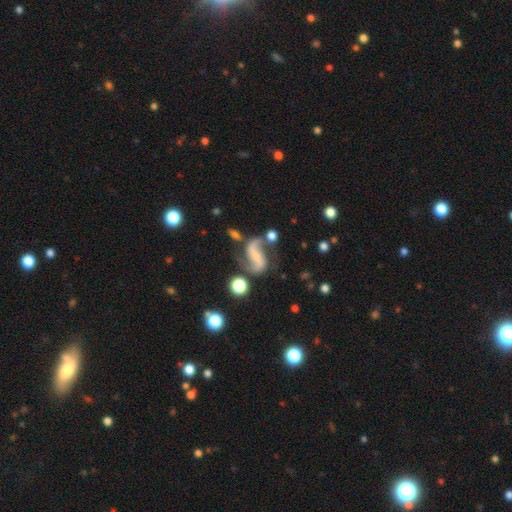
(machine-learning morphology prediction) smooth_or_featured: featured or disk (p=0.87) [alt: smooth p=0.07]
disk_edge_on: no (p=0.97) [alt: yes p=0.03]
bar: strong (p=0.36) [alt: weak p=0.34]
has_spiral_arms: yes (p=0.96) [alt: no p=0.04]
spiral_winding: loose (p=0.63) [alt: medium p=0.30]
spiral_arm_count: 2 (p=0.93) [alt: 1 p=0.02]
bulge_size: small (p=0.51) [alt: none p=0.26]
merging: none (p=0.62) [alt: minor disturbance p=0.17]